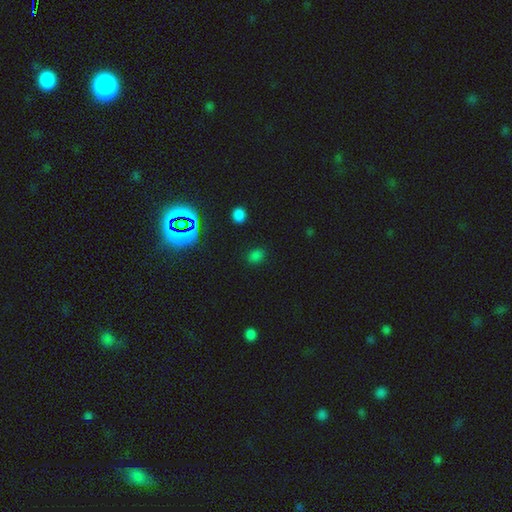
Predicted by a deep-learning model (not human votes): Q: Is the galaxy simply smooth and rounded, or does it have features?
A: smooth — 65%.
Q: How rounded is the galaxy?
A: in between — 49%, tied with round.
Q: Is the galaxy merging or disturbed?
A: none — 83%.